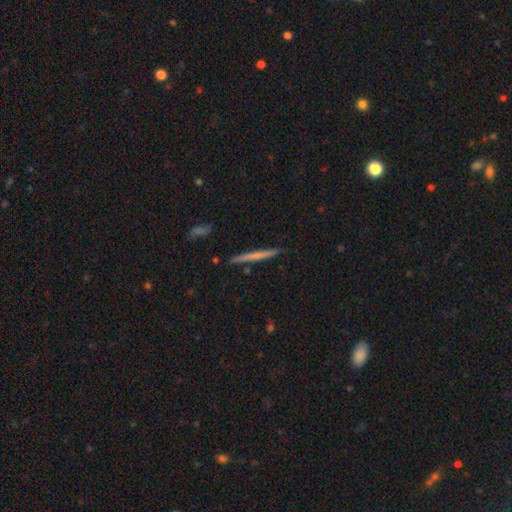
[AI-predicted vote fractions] smooth-or-featured: smooth: 55% | featured or disk: 40% | star or artifact: 6%
  how-rounded: cigar-shaped: 96% | in between: 2% | round: 2%
  merging: none: 91% | minor disturbance: 7% | merger: 1% | major disturbance: 1%